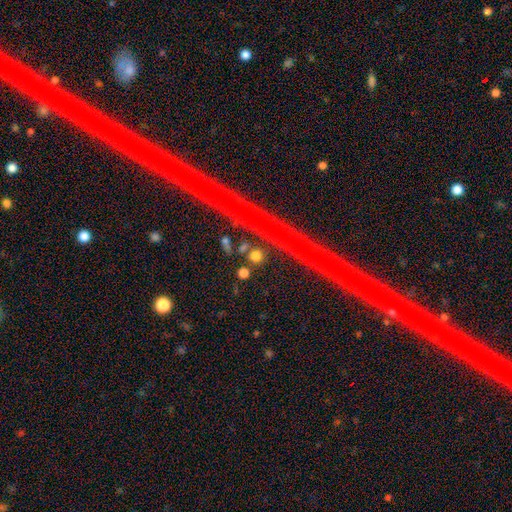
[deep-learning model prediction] Smooth or featured? smooth (52%)
How rounded? round (87%)
Merging? none (85%)